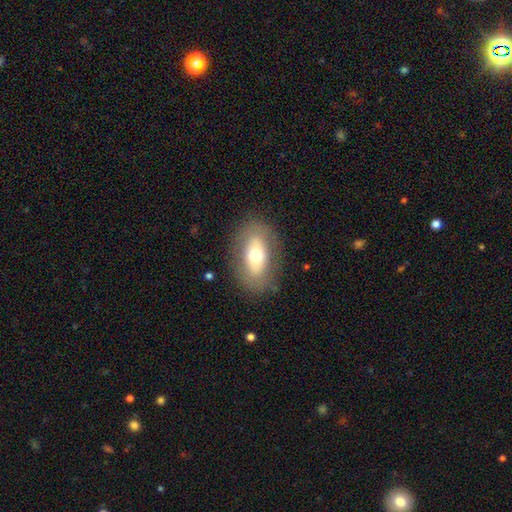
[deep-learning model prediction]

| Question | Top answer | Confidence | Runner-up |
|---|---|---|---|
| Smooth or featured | smooth | 60% | featured or disk (32%) |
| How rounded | in between | 88% | round (10%) |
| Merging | none | 82% | minor disturbance (12%) |